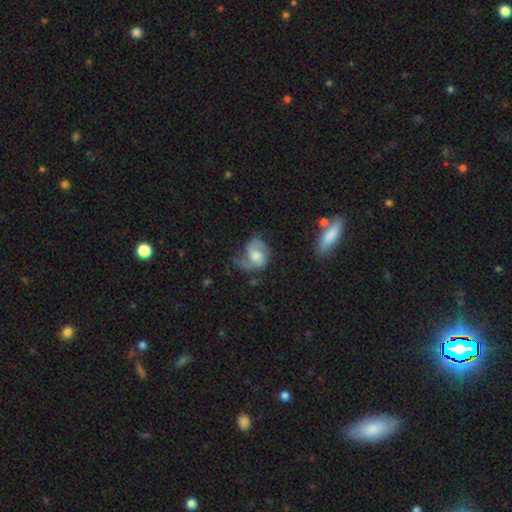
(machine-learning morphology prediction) Smooth or featured? featured or disk (68%)
Edge-on disk? no (97%)
Bar? no (58%)
Spiral arms? yes (89%)
Spiral winding? medium (46%)
Spiral arm count? 2 (69%)
Bulge size? moderate (51%)
Merging? none (43%)